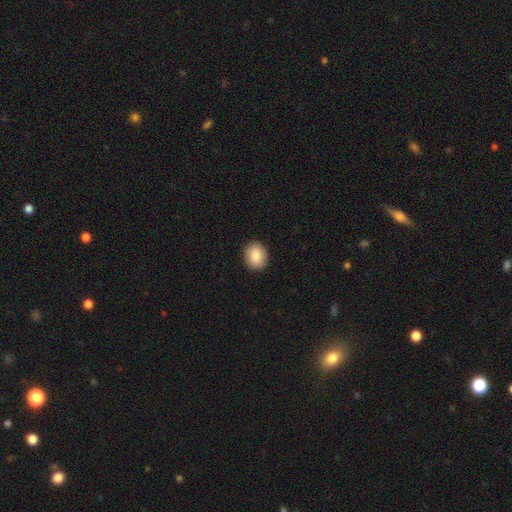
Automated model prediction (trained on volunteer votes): Smooth or featured?
  - smooth: 88% *
  - star or artifact: 7%
  - featured or disk: 5%
How rounded?
  - in between: 53% *
  - round: 46%
  - cigar-shaped: 1%
Merging?
  - none: 90% *
  - minor disturbance: 7%
  - major disturbance: 2%
  - merger: 1%